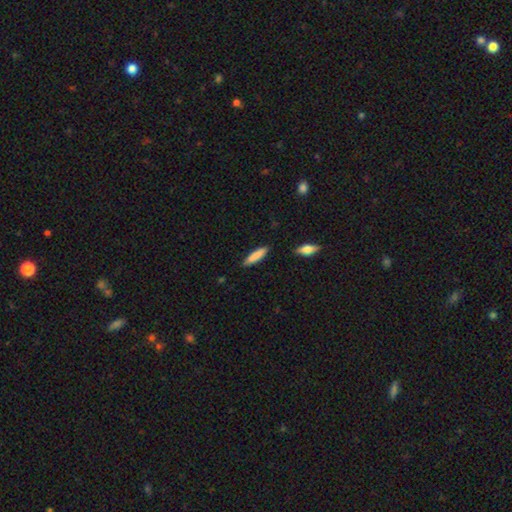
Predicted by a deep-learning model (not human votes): A smooth galaxy with no disk features (84%) that is cigar-shaped (77%).

Vote fractions:
- Smooth or featured? smooth: 84% / featured or disk: 11% / star or artifact: 6%
- How rounded? cigar-shaped: 77% / in between: 21% / round: 1%
- Merging? none: 87% / minor disturbance: 9% / merger: 2% / major disturbance: 2%